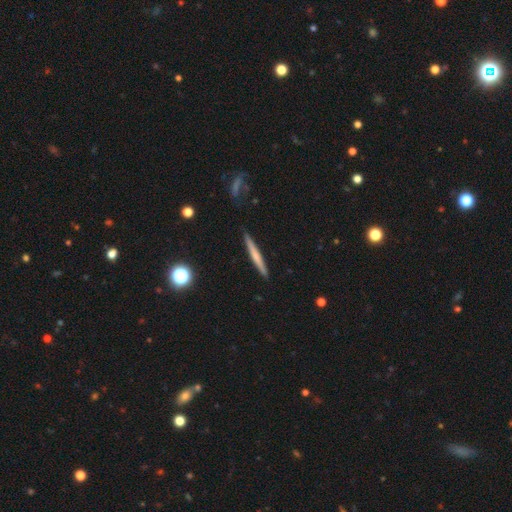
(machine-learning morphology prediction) smooth_or_featured: smooth (p=0.51) [alt: featured or disk p=0.42]
how_rounded: cigar-shaped (p=0.96) [alt: in between p=0.03]
merging: none (p=0.89) [alt: minor disturbance p=0.08]